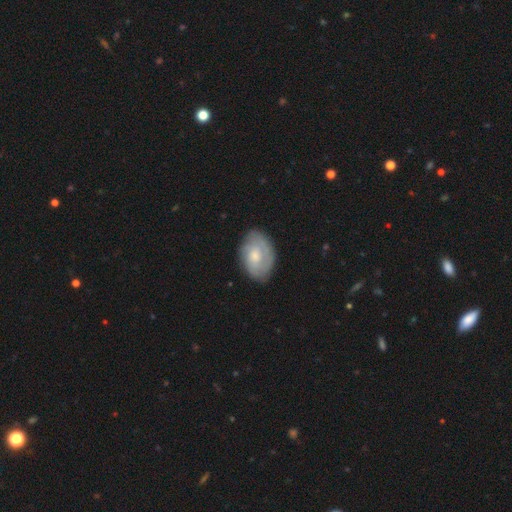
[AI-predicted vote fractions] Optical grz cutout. It shows a smooth galaxy with no disk features (49%). Merging: none (73%).